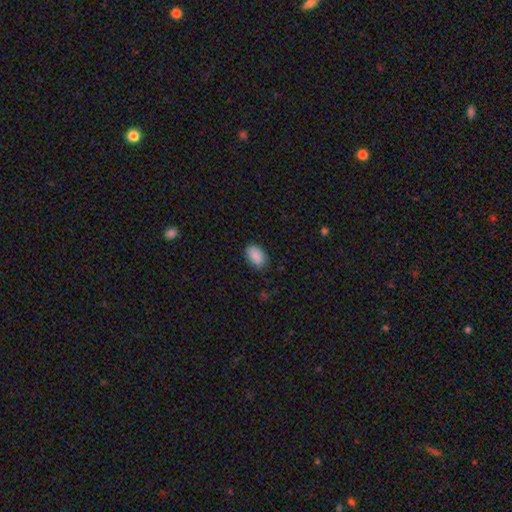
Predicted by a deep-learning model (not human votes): A smooth galaxy with no disk features (89%) that is in between round and cigar-shaped (91%). Merging: none (81%).